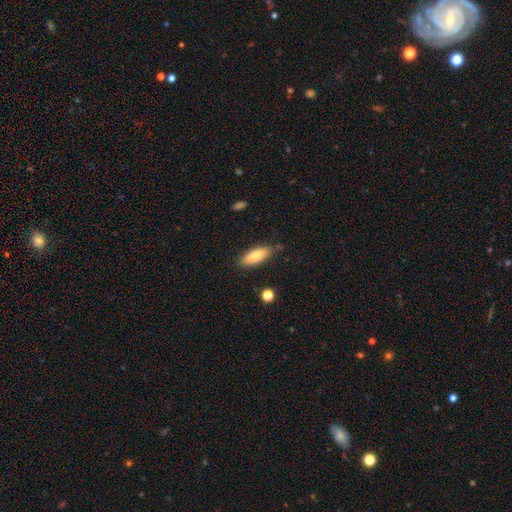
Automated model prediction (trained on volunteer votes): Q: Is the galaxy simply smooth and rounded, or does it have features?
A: smooth — 83%.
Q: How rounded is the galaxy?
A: in between — 63%.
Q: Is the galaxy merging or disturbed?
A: none — 80%.